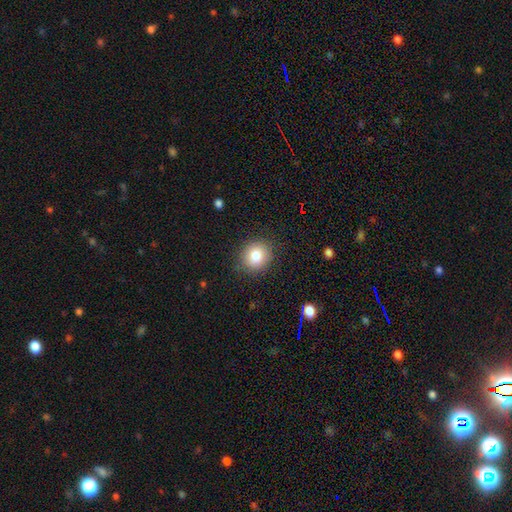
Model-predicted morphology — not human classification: A smooth galaxy with no disk features (82%) that is round (80%).

Vote fractions:
- Smooth or featured? smooth: 82% / star or artifact: 9% / featured or disk: 8%
- How rounded? round: 80% / in between: 19% / cigar-shaped: 1%
- Merging? none: 87% / minor disturbance: 9% / major disturbance: 3% / merger: 1%